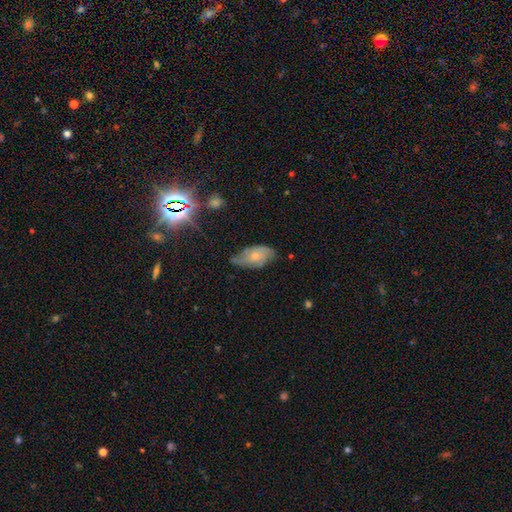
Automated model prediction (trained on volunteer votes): Smooth or featured: smooth — 49% (featured or disk — 42%)
Merging: none — 49% (minor disturbance — 39%)